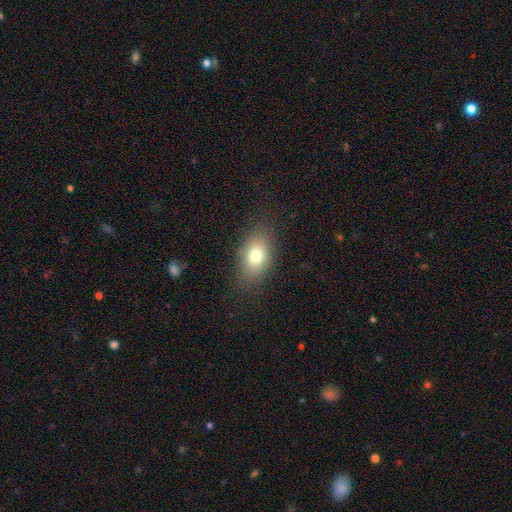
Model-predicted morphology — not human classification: Smooth or featured? Predicted: smooth (p=0.75). How rounded? Predicted: in between (p=0.82). Merging? Predicted: none (p=0.82).